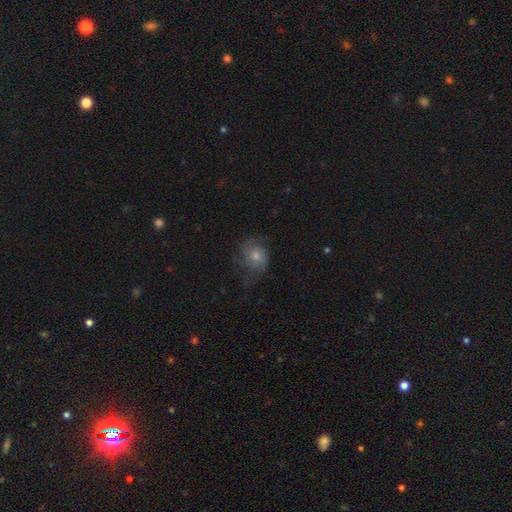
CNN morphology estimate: A featured or disk galaxy (60%) with no bar (81%), 2 (36%) medium (44%) spiral arms (87%) and a moderate central bulge (59%).

Vote fractions:
- Smooth or featured? featured or disk: 60% / smooth: 29% / star or artifact: 11%
- Edge-on disk? no: 97% / yes: 3%
- Bar? no: 81% / weak: 16% / strong: 2%
- Spiral arms? yes: 87% / no: 13%
- Spiral winding? medium: 44% / tight: 31% / loose: 26%
- Spiral arm count? 2: 36% / can't tell: 26% / 3: 23% / 4: 6% / 1: 6% / more than 4: 4%
- Bulge size? moderate: 59% / small: 32% / large: 6% / none: 2% / dominant: 1%
- Merging? none: 60% / minor disturbance: 23% / major disturbance: 16% / merger: 1%